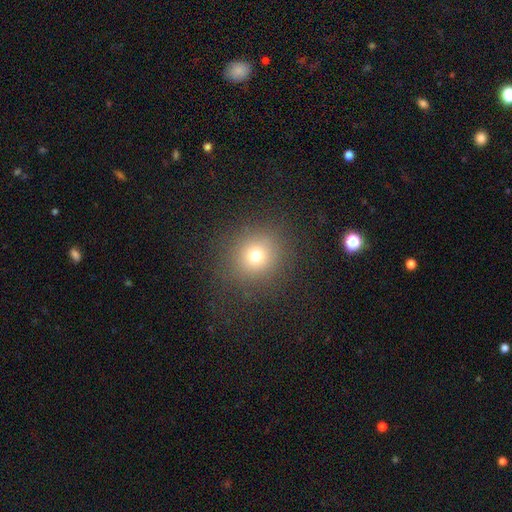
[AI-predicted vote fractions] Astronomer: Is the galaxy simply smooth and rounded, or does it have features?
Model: smooth — 71%.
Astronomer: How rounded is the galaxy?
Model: round — 90%.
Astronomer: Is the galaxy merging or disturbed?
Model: none — 86%.